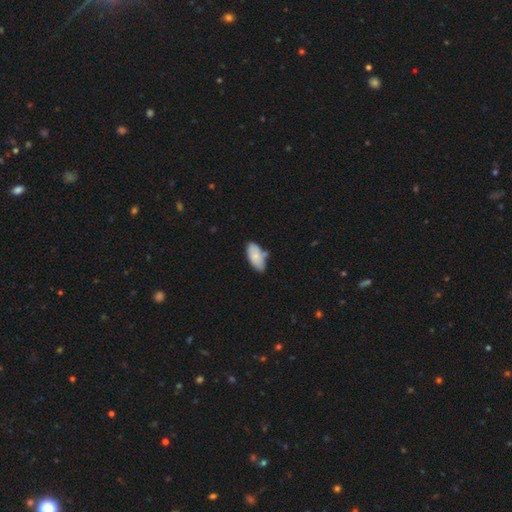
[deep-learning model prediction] The model was most divided on "merging": none: 61%, minor disturbance: 25%, merger: 9%, major disturbance: 4%. More confident: how rounded — in between (92%); smooth or featured — smooth (81%).